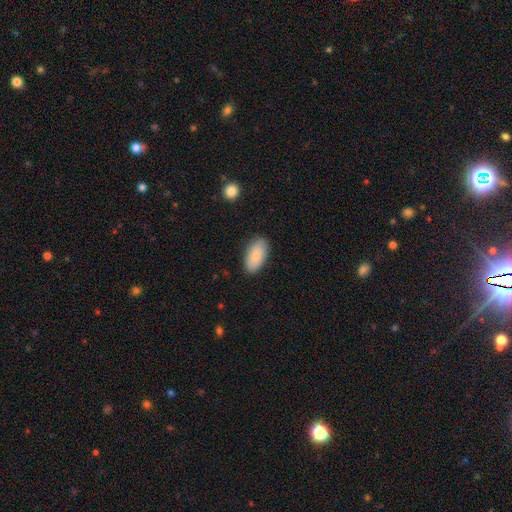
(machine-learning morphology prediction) Q: Smooth or featured?
A: smooth (87%); runner-up: featured or disk (7%)
Q: How rounded?
A: in between (94%); runner-up: cigar-shaped (4%)
Q: Merging?
A: none (86%); runner-up: minor disturbance (10%)